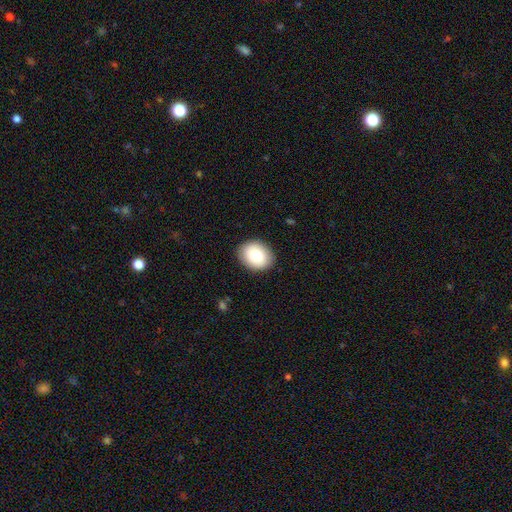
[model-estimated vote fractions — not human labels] smooth 80%, featured or disk 12%, star or artifact 8%. Down the decision tree: how rounded — in between (53%); merging — none (88%).